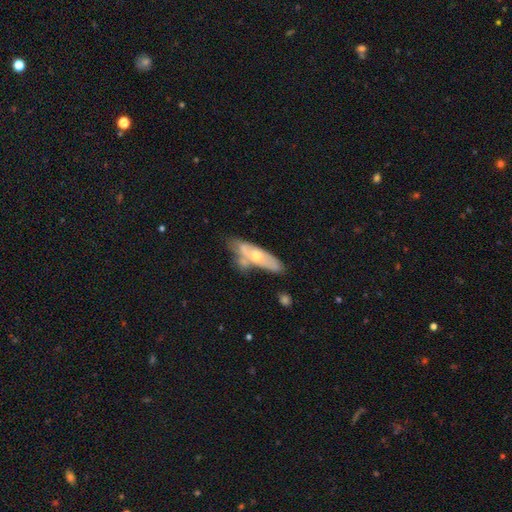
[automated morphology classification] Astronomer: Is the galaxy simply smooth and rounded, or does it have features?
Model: featured or disk — 53% (runner-up: smooth, 40%).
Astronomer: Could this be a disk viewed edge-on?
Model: no — 67%.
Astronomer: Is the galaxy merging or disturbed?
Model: none — 36% (runner-up: minor disturbance, 25%).